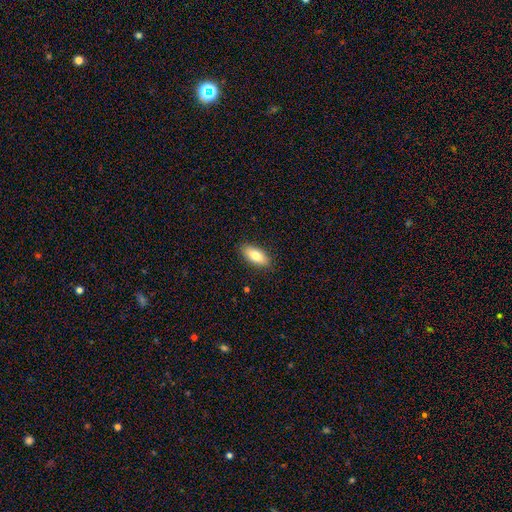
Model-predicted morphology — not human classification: Q: Smooth or featured?
A: smooth (80%); runner-up: featured or disk (14%)
Q: How rounded?
A: in between (85%); runner-up: cigar-shaped (13%)
Q: Merging?
A: none (88%); runner-up: minor disturbance (9%)